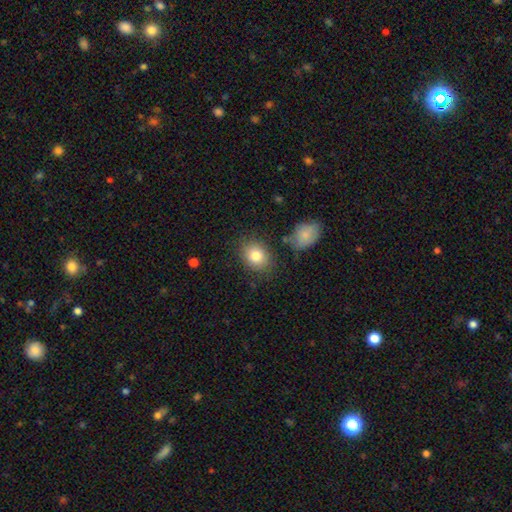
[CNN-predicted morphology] This is clearly a smooth galaxy (81%). How rounded: possibly round (51%). Merging: clearly none (81%).